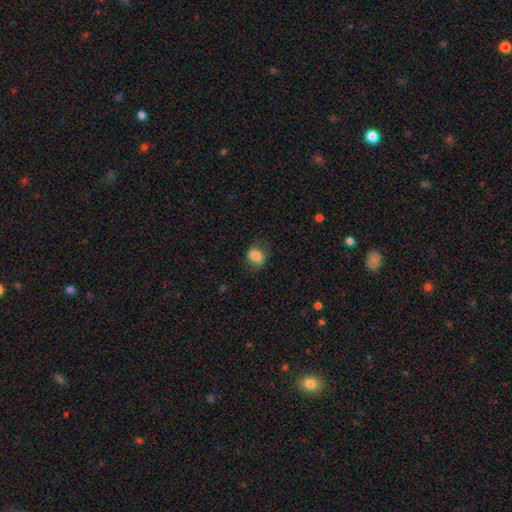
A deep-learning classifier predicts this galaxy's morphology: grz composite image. It shows a smooth galaxy with no disk features (80%) that is in between round and cigar-shaped (54%). Merging: none (67%).